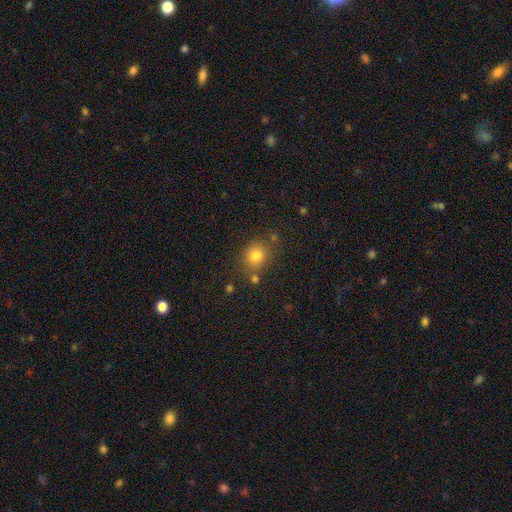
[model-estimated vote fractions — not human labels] A smooth galaxy with no disk features (82%) that is round (64%). Merging: none (73%).